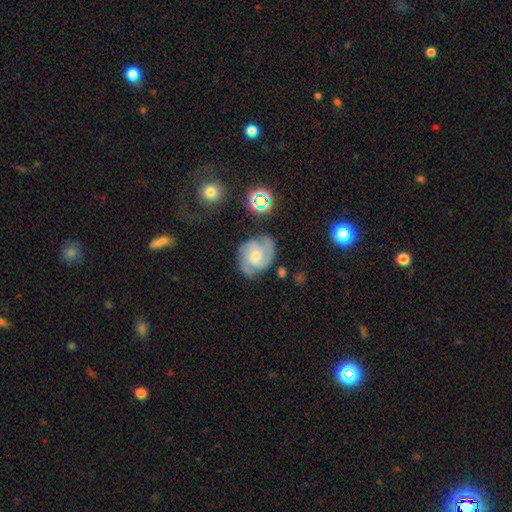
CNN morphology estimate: Smooth or featured? featured or disk (77%)
Edge-on disk? no (98%)
Bar? no (67%)
Spiral arms? yes (96%)
Spiral winding? tight (48%)
Spiral arm count? 2 (37%)
Bulge size? small (48%)
Merging? none (69%)